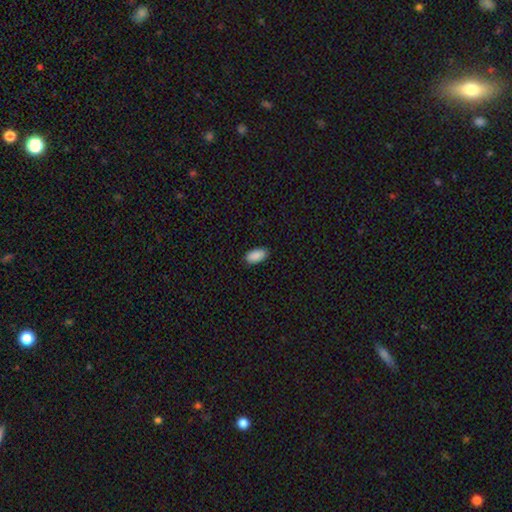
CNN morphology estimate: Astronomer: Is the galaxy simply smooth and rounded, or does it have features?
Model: smooth — 91%.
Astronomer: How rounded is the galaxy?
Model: in between — 94%.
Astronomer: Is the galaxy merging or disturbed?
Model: none — 88%.